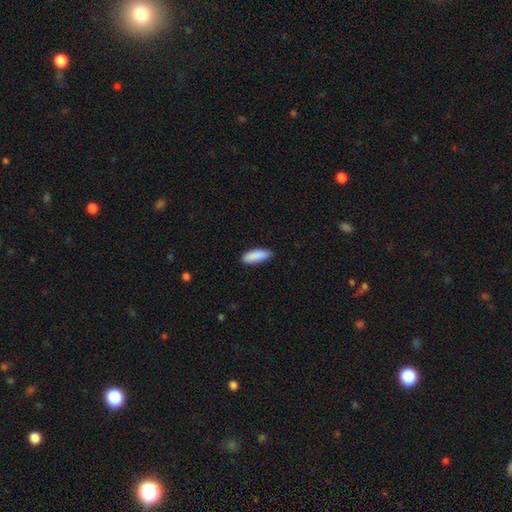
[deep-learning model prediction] Smooth or featured? Predicted: smooth (p=0.90). How rounded? Predicted: in between (p=0.65). Merging? Predicted: none (p=0.86).